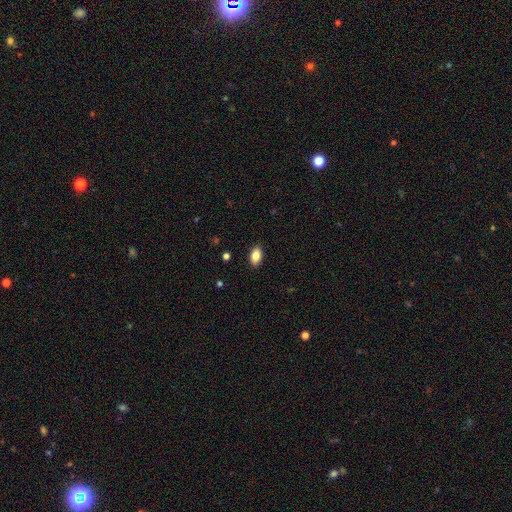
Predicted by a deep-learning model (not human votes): smooth-or-featured: smooth: 85% | featured or disk: 8% | star or artifact: 8%
  how-rounded: in between: 92% | round: 6% | cigar-shaped: 2%
  merging: none: 89% | minor disturbance: 8% | major disturbance: 2% | merger: 1%